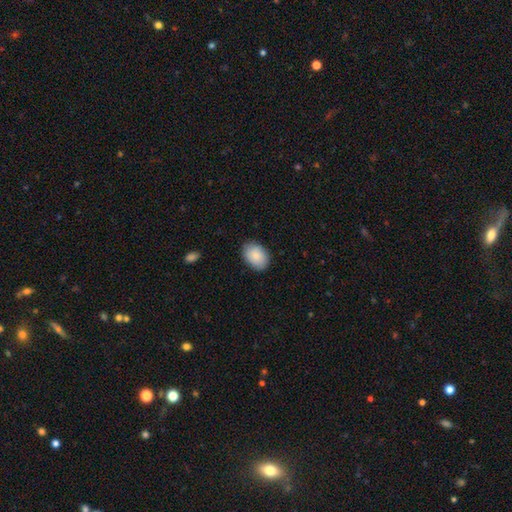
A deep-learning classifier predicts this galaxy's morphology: Q: Smooth or featured?
A: smooth (87%); runner-up: featured or disk (7%)
Q: How rounded?
A: in between (80%); runner-up: round (19%)
Q: Merging?
A: none (85%); runner-up: minor disturbance (11%)